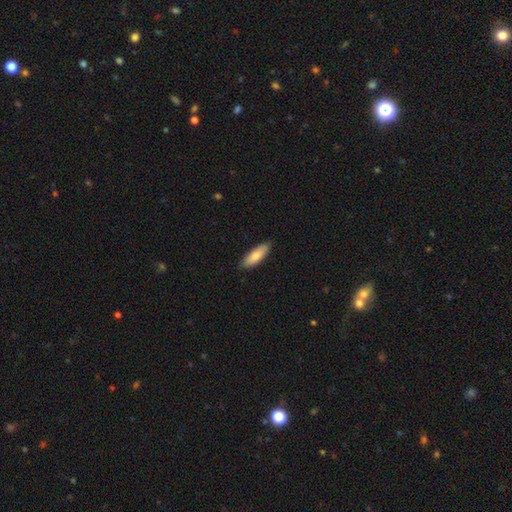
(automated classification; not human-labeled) Smooth or featured?
  - smooth: 80% *
  - featured or disk: 15%
  - star or artifact: 5%
How rounded?
  - in between: 57% *
  - cigar-shaped: 41%
  - round: 2%
Merging?
  - none: 86% *
  - minor disturbance: 11%
  - major disturbance: 2%
  - merger: 1%